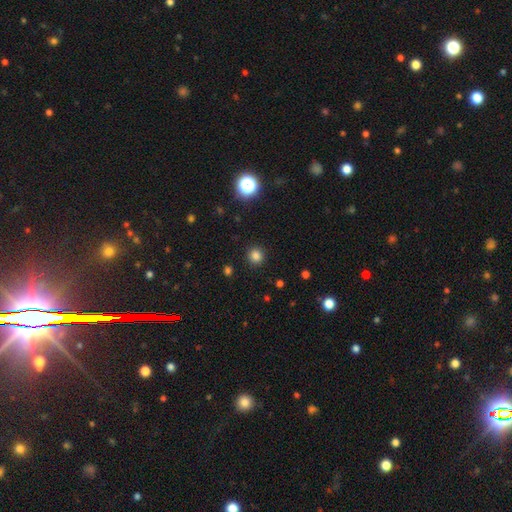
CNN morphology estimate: smooth 82%, star or artifact 14%, featured or disk 4%. Down the decision tree: how rounded — round (93%); merging — none (91%).